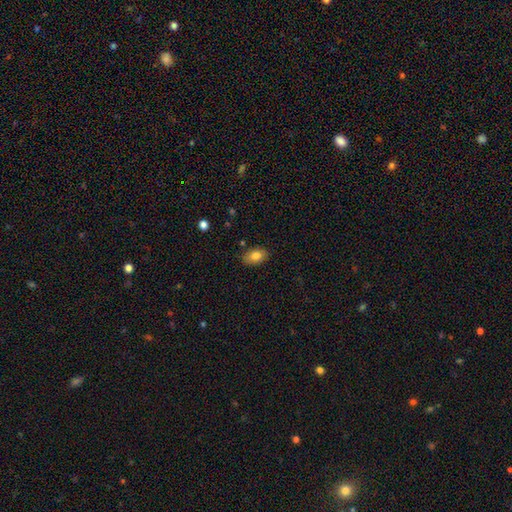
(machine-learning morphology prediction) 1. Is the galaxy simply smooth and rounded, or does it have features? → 81% smooth, 12% featured or disk, 8% star or artifact.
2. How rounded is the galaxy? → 89% in between, 9% round, 2% cigar-shaped.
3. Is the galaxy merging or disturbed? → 83% none, 13% minor disturbance, 2% major disturbance, 2% merger.